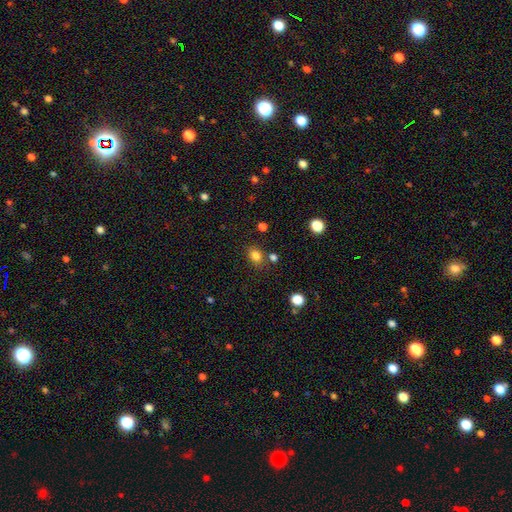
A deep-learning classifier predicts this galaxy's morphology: Overall: smooth (81%). How rounded: in between (56%; round 43%). Merging: none (75%).